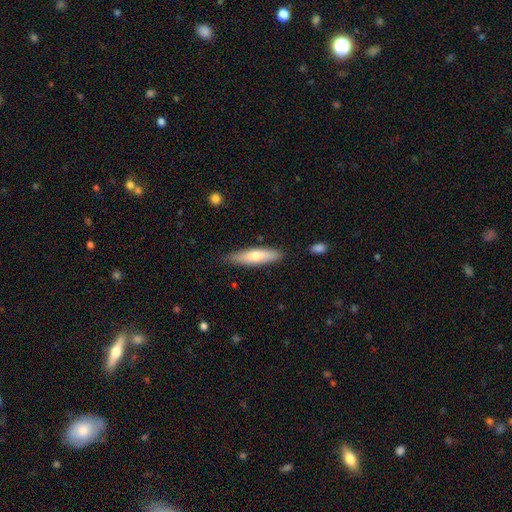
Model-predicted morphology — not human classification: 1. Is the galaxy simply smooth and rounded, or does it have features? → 64% smooth, 31% featured or disk, 6% star or artifact.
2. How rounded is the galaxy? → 72% cigar-shaped, 26% in between, 2% round.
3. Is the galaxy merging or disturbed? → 84% none, 12% minor disturbance, 2% major disturbance, 2% merger.